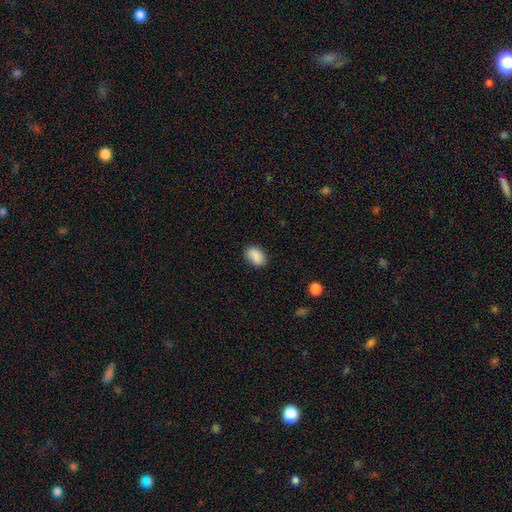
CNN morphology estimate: A smooth galaxy with no disk features (89%) that is in between round and cigar-shaped (86%).

Vote fractions:
- Smooth or featured? smooth: 89% / star or artifact: 8% / featured or disk: 4%
- How rounded? in between: 86% / round: 13% / cigar-shaped: 1%
- Merging? none: 81% / minor disturbance: 15% / major disturbance: 3% / merger: 1%